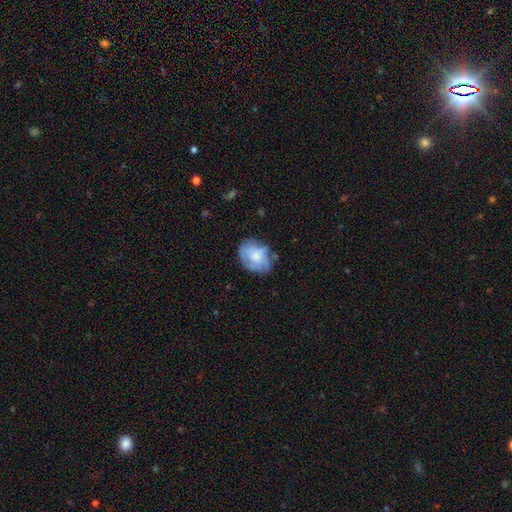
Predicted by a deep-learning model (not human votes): smooth-or-featured: smooth: 49% | featured or disk: 44% | star or artifact: 8%
  merging: none: 60% | minor disturbance: 26% | major disturbance: 12% | merger: 2%